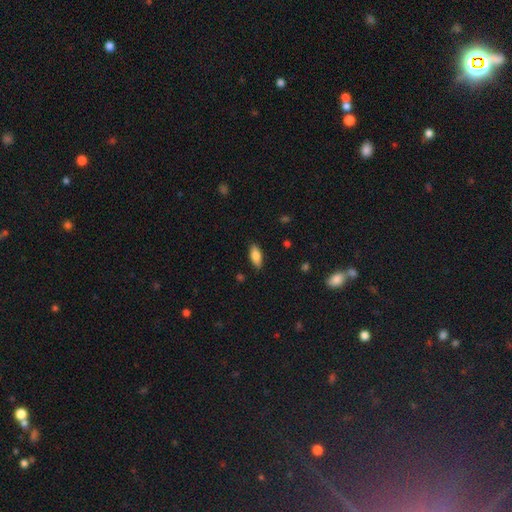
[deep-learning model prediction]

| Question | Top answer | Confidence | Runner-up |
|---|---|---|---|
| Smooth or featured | smooth | 81% | featured or disk (12%) |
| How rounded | in between | 82% | cigar-shaped (15%) |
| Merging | none | 86% | minor disturbance (10%) |